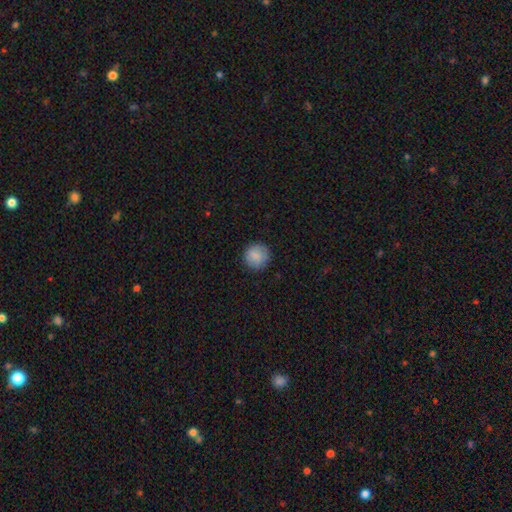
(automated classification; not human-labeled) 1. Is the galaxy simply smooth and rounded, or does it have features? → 87% smooth, 8% star or artifact, 5% featured or disk.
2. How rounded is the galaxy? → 94% round, 5% in between, 1% cigar-shaped.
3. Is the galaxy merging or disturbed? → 89% none, 8% minor disturbance, 2% major disturbance, 1% merger.